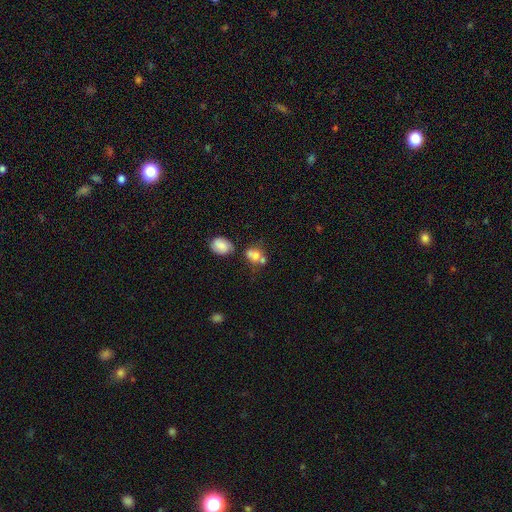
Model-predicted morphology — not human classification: smooth_or_featured: smooth (p=0.68) [alt: featured or disk p=0.18]
how_rounded: in between (p=0.49) [alt: round p=0.48]
merging: merger (p=0.44) [alt: none p=0.34]